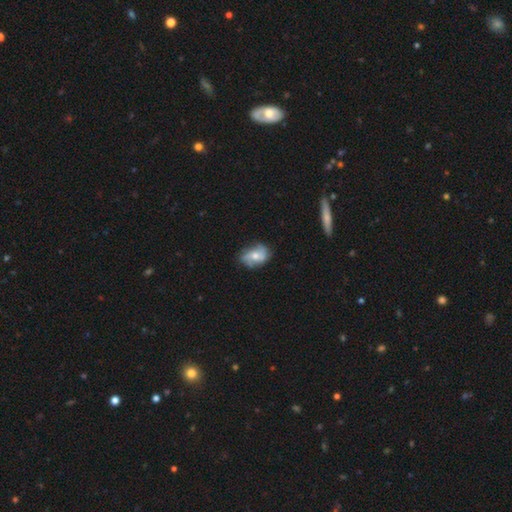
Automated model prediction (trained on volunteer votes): This appears to be a featured or disk galaxy (55%) with no bar (70%), spiral arms (77%) and a moderate central bulge (63%). Merging: none (64%).